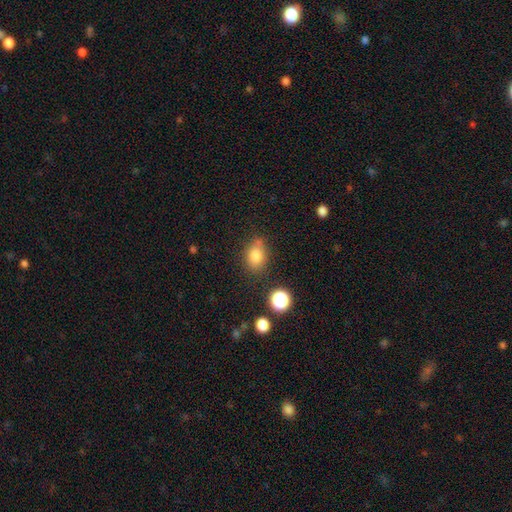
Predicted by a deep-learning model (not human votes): A smooth galaxy with no disk features (81%) that is in between round and cigar-shaped (64%).

Vote fractions:
- Smooth or featured? smooth: 81% / star or artifact: 12% / featured or disk: 7%
- How rounded? in between: 64% / round: 35% / cigar-shaped: 2%
- Merging? none: 67% / minor disturbance: 19% / merger: 8% / major disturbance: 5%